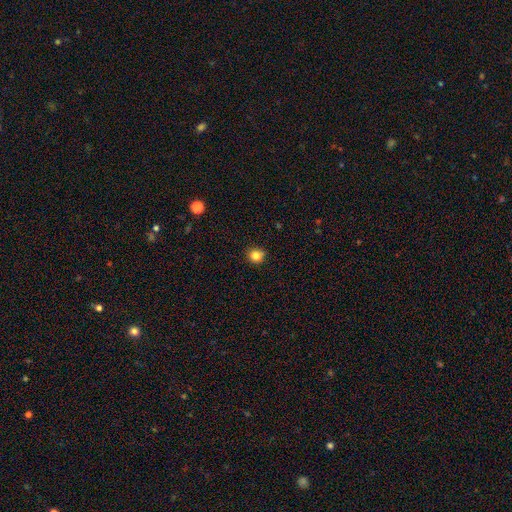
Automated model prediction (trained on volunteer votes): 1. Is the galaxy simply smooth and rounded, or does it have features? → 83% smooth, 12% star or artifact, 5% featured or disk.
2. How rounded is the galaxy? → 86% round, 13% in between, 1% cigar-shaped.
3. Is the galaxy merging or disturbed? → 89% none, 8% minor disturbance, 2% major disturbance, 1% merger.